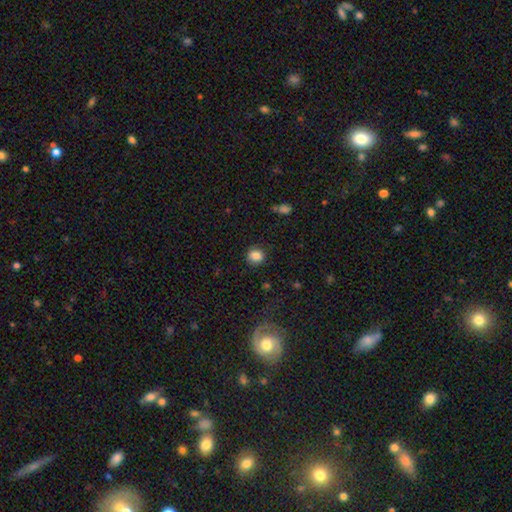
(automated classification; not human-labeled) This appears to be a smooth galaxy with no disk features (85%) that is round (79%). Merging: none (87%).